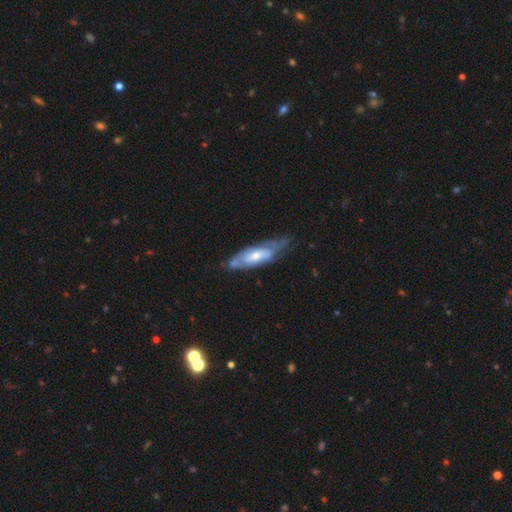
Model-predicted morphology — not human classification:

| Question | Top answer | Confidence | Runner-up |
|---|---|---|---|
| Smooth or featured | featured or disk | 69% | smooth (25%) |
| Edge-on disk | no | 76% | yes (24%) |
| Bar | no | 60% | weak (32%) |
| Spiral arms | yes | 78% | no (22%) |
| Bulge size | moderate | 55% | small (34%) |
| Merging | none | 54% | minor disturbance (30%) |